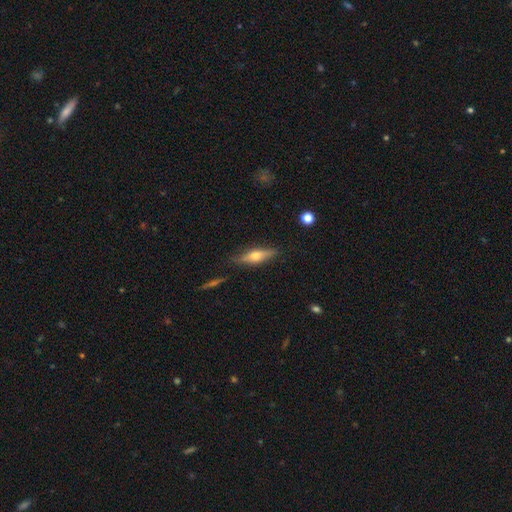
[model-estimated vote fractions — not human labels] A featured or disk galaxy (51%) viewed edge-on (91%).

Vote fractions:
- Smooth or featured? featured or disk: 51% / smooth: 41% / star or artifact: 7%
- Edge-on disk? yes: 91% / no: 9%
- Merging? none: 81% / minor disturbance: 13% / major disturbance: 3% / merger: 2%